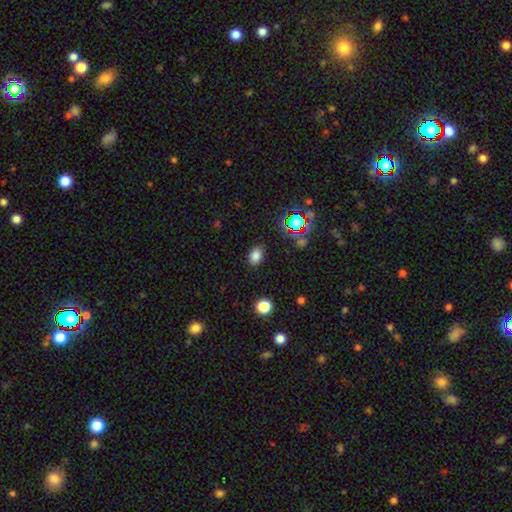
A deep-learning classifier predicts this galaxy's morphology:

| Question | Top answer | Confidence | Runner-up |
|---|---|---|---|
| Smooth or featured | smooth | 79% | star or artifact (16%) |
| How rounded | in between | 77% | round (22%) |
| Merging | none | 86% | minor disturbance (10%) |